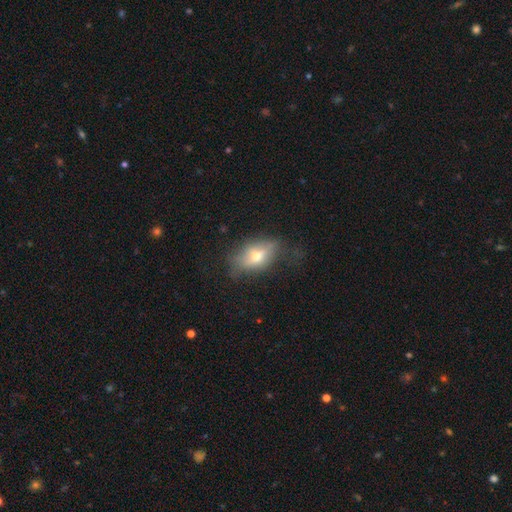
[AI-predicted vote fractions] Q: Smooth or featured?
A: smooth (50%); runner-up: featured or disk (40%)
Q: Merging?
A: none (55%); runner-up: minor disturbance (27%)